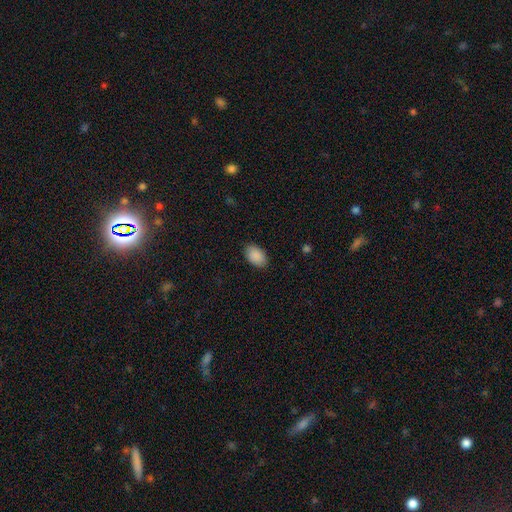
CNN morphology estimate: Smooth or featured? smooth (90%)
How rounded? in between (92%)
Merging? none (87%)